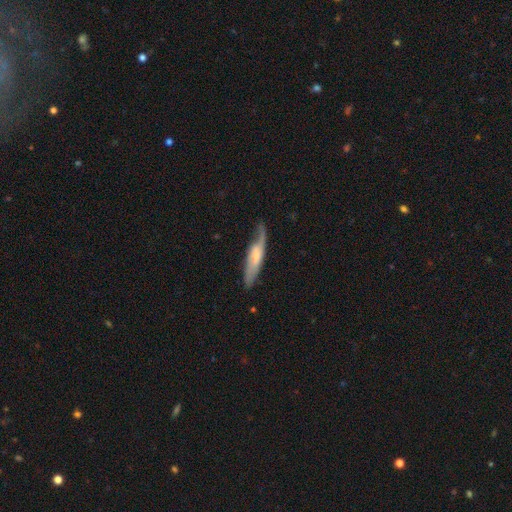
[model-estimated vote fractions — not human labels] featured or disk 54%, smooth 40%, star or artifact 6%. Down the decision tree: edge-on disk — yes (53%); merging — none (63%).